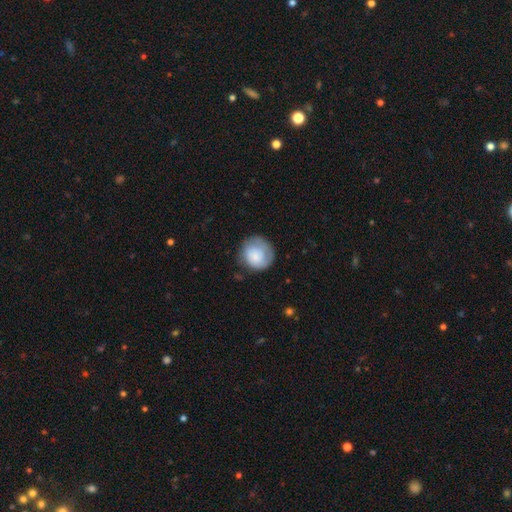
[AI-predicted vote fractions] Morphology: type=smooth (75%); roundness=round (87%); merging=none (64%).